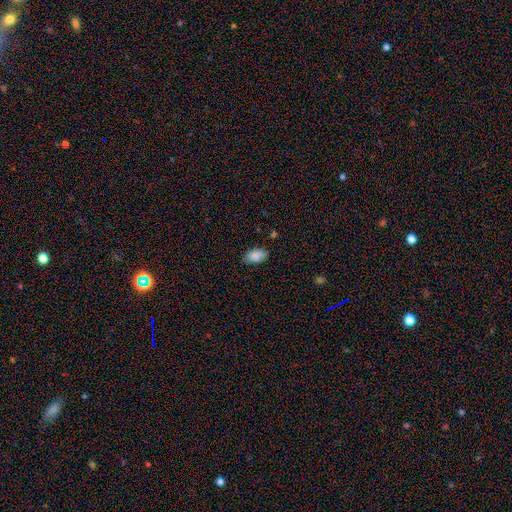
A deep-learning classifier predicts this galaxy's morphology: A smooth galaxy with no disk features (85%) that is in between round and cigar-shaped (90%).

Vote fractions:
- Smooth or featured? smooth: 85% / star or artifact: 9% / featured or disk: 6%
- How rounded? in between: 90% / round: 8% / cigar-shaped: 2%
- Merging? none: 76% / minor disturbance: 19% / major disturbance: 3% / merger: 2%